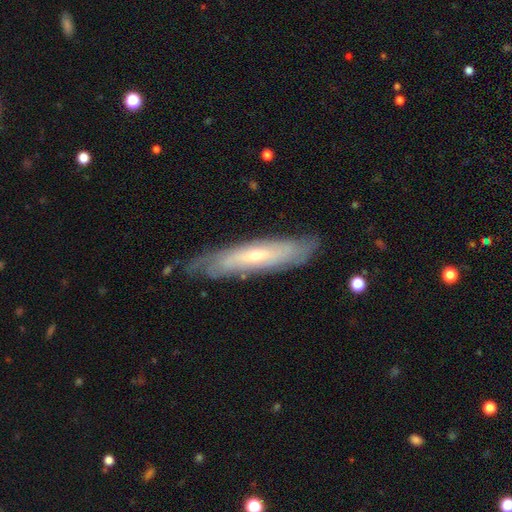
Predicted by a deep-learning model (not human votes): This is likely a featured or disk galaxy (65%). It is possibly not viewed edge-on (55%). Merging: likely none (75%).